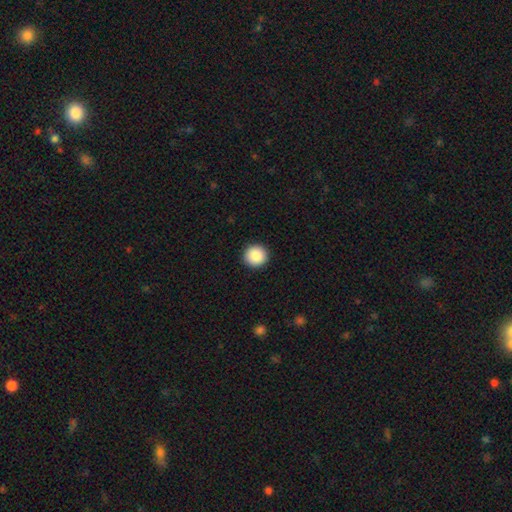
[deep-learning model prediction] Smooth or featured? smooth (88%)
How rounded? round (95%)
Merging? none (93%)